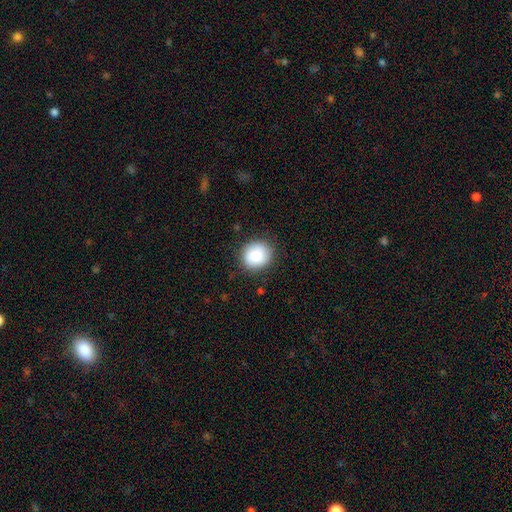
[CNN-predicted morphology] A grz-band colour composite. It shows a smooth galaxy with no disk features (83%) that is round (85%). Merging: none (86%).